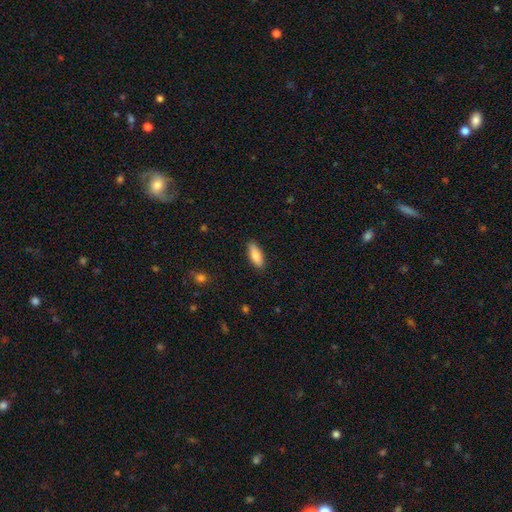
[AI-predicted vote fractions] Morphology: type=smooth (84%); roundness=in between (75%); merging=none (88%).